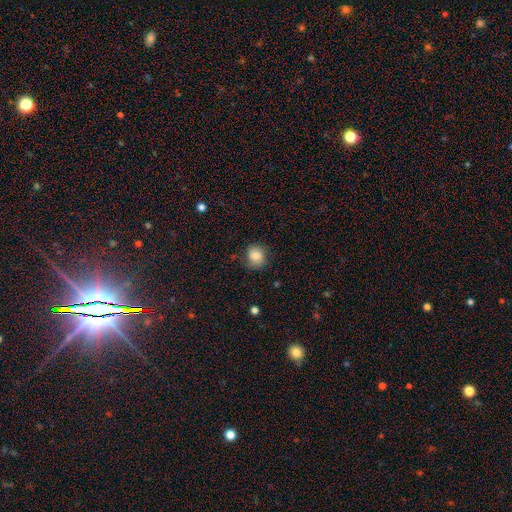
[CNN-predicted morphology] This is likely a smooth galaxy (78%). How rounded: likely round (73%). Merging: likely none (72%).